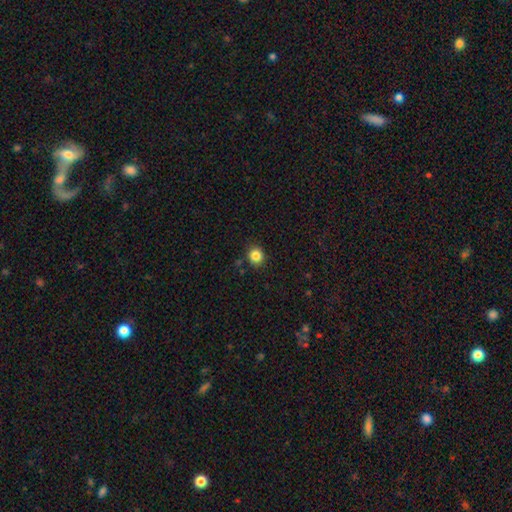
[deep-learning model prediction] Smooth or featured: smooth — 84% (star or artifact — 11%)
How rounded: round — 82% (in between — 17%)
Merging: none — 87% (minor disturbance — 9%)